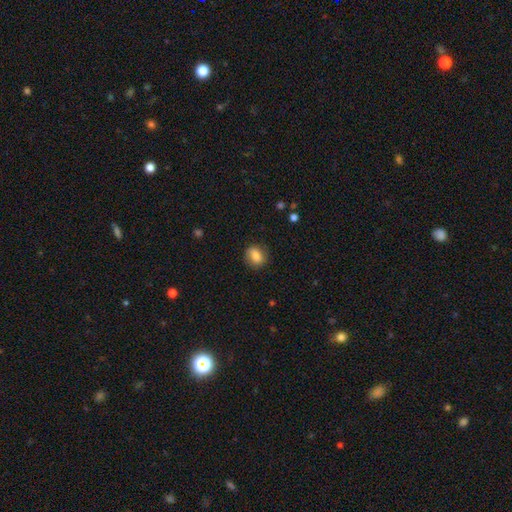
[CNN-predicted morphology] A smooth galaxy with no disk features (81%) that is round (56%).

Vote fractions:
- Smooth or featured? smooth: 81% / featured or disk: 11% / star or artifact: 8%
- How rounded? round: 56% / in between: 42% / cigar-shaped: 1%
- Merging? none: 84% / minor disturbance: 11% / major disturbance: 3% / merger: 1%